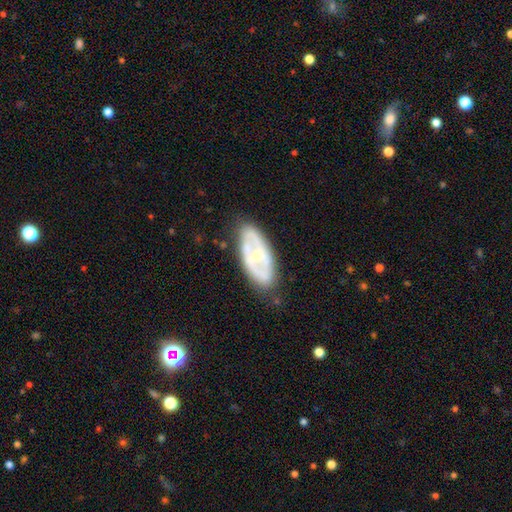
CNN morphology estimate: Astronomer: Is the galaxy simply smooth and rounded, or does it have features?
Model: featured or disk — 66%.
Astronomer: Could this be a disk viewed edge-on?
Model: no — 89%.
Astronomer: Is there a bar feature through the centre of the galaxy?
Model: no — 46% (runner-up: weak, 34%).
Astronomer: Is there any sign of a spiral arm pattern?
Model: yes — 52% (runner-up: no, 48%).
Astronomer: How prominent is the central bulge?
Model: small — 56%.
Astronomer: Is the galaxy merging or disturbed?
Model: none — 74%.